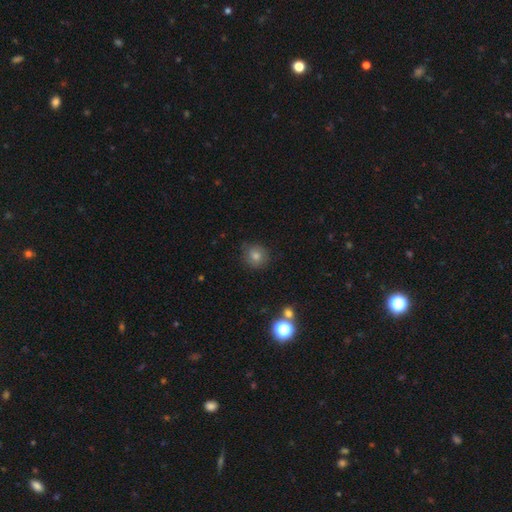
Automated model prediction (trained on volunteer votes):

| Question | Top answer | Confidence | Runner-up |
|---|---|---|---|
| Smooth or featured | smooth | 72% | star or artifact (17%) |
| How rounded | round | 88% | in between (11%) |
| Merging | none | 84% | minor disturbance (12%) |